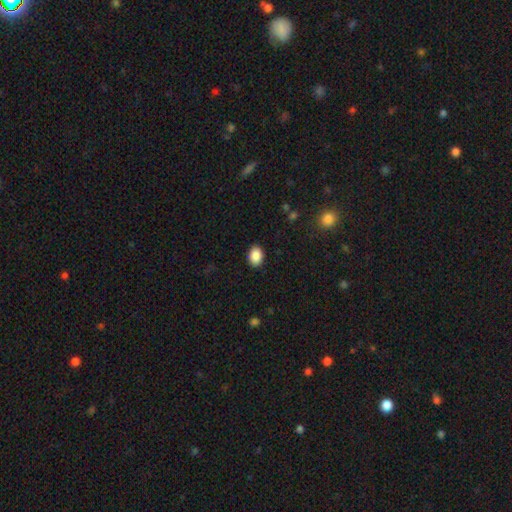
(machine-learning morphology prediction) type=smooth (89%); roundness=in between (77%); merging=none (89%).